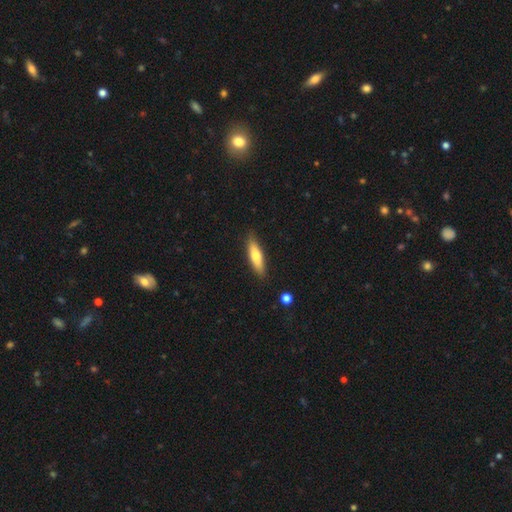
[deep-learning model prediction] Overall: smooth (69%). How rounded: cigar-shaped (68%; in between 30%). Merging: none (87%).